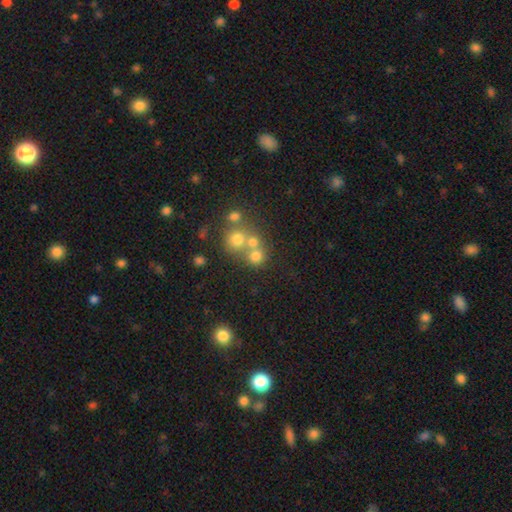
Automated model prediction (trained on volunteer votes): A smooth galaxy with no disk features (67%) that is round (85%).

Vote fractions:
- Smooth or featured? smooth: 67% / star or artifact: 17% / featured or disk: 16%
- How rounded? round: 85% / in between: 14% / cigar-shaped: 1%
- Merging? none: 45% / merger: 43% / minor disturbance: 7% / major disturbance: 4%